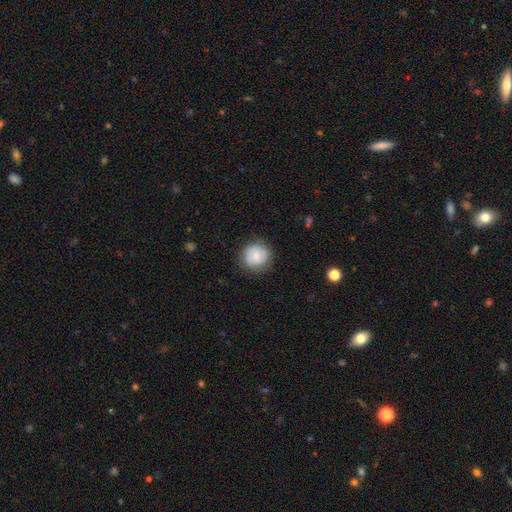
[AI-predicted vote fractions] Smooth or featured: smooth — 73% (featured or disk — 20%)
How rounded: round — 91% (in between — 8%)
Merging: none — 83% (minor disturbance — 13%)